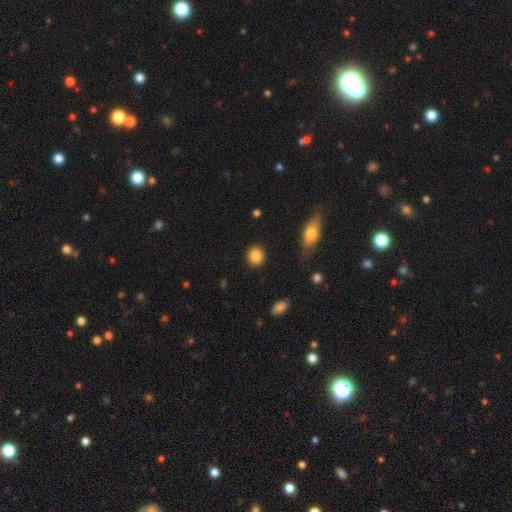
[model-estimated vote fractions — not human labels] Morphology: type=smooth (87%); roundness=round (74%); merging=none (89%).